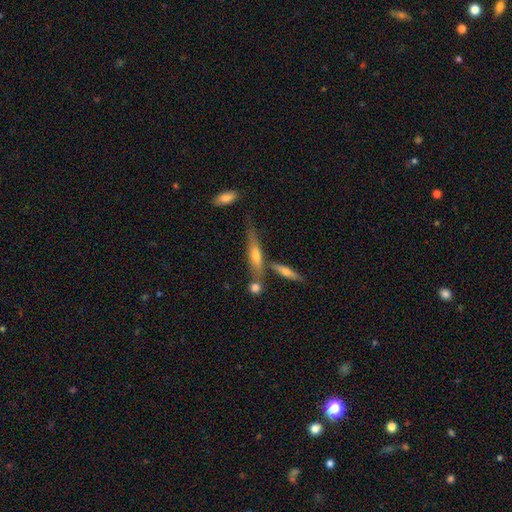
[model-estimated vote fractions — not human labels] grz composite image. It shows a featured or disk galaxy (55%) viewed edge-on (89%). Merging: none (62%).